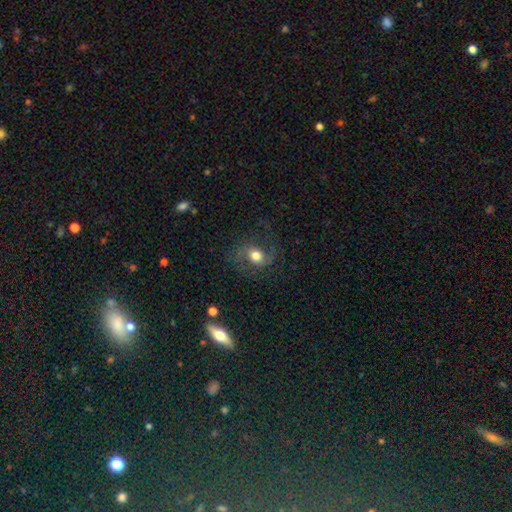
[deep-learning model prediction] Overall: featured or disk (54%; smooth 36%). Edge-on disk: no (96%). Bar: no (64%; weak 27%). Spiral arms: yes (83%). Bulge size: moderate (58%; large 31%). Merging: none (69%).